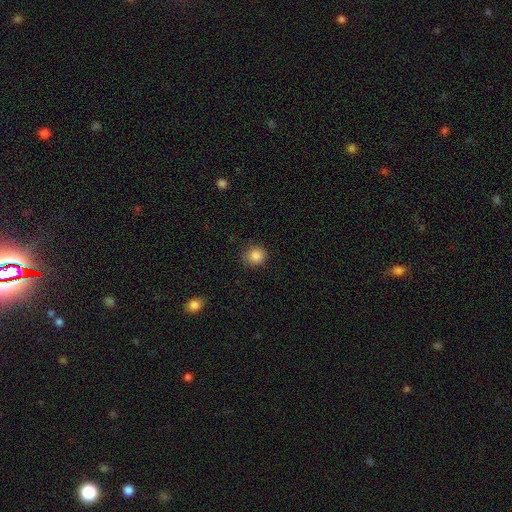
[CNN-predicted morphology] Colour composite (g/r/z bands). It shows a smooth galaxy with no disk features (87%) that is round (87%). Merging: none (86%).